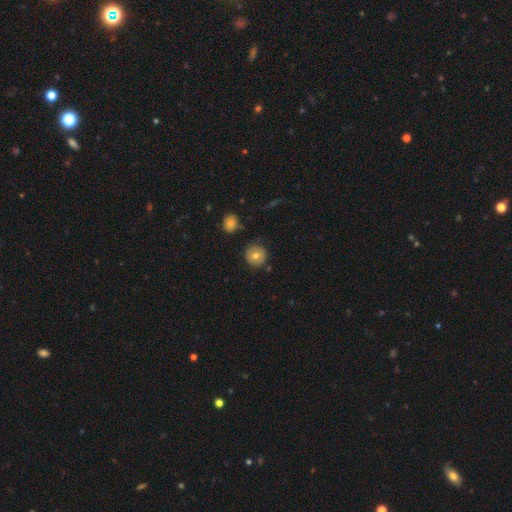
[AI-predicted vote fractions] Smooth or featured?
  - smooth: 69% *
  - featured or disk: 22%
  - star or artifact: 9%
How rounded?
  - round: 93% *
  - in between: 6%
  - cigar-shaped: 1%
Merging?
  - none: 84% *
  - minor disturbance: 11%
  - major disturbance: 3%
  - merger: 3%